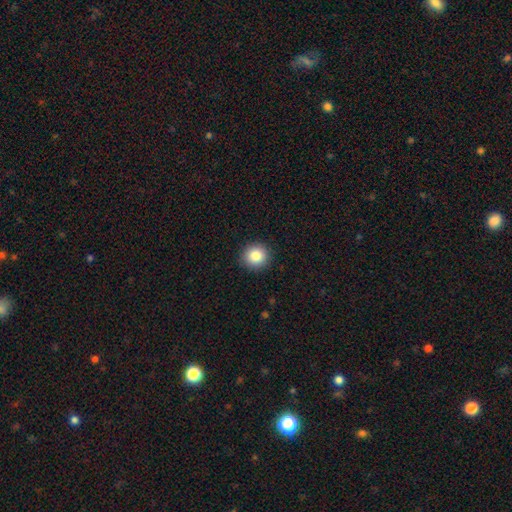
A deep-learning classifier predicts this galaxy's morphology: Smooth or featured? smooth (85%)
How rounded? round (91%)
Merging? none (92%)